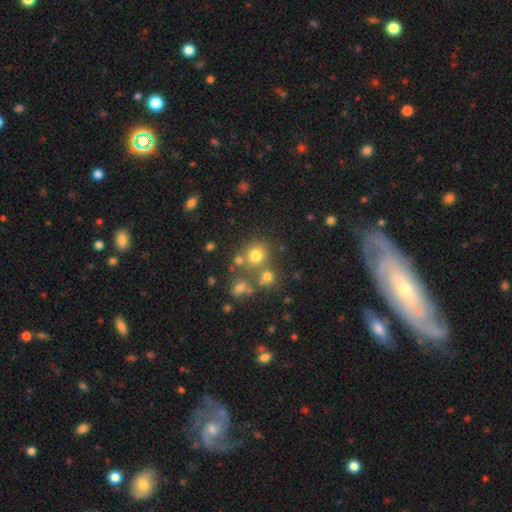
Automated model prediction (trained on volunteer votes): Smooth or featured: smooth — 73% (star or artifact — 17%)
How rounded: round — 82% (in between — 17%)
Merging: none — 62% (merger — 23%)